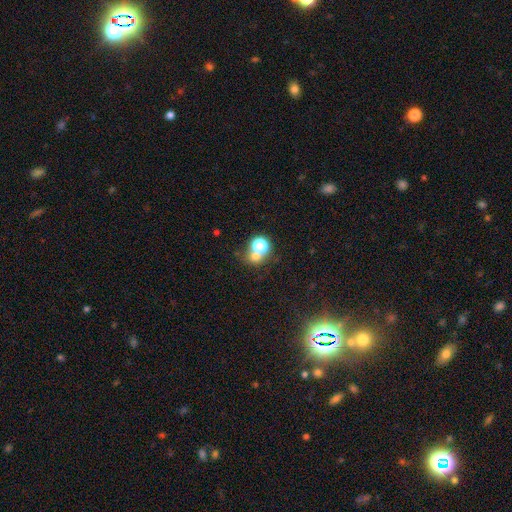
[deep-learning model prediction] Smooth or featured? smooth (64%)
How rounded? round (79%)
Merging? none (48%)